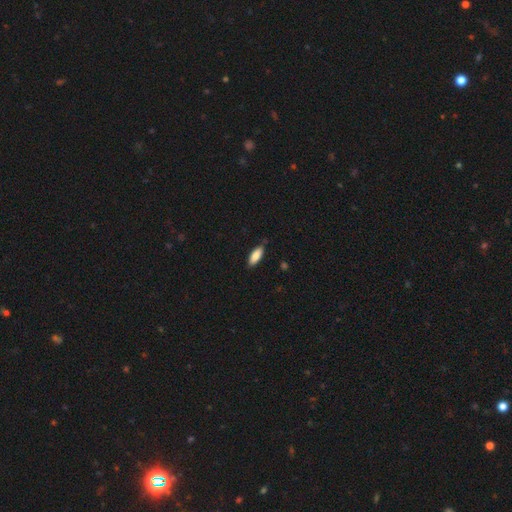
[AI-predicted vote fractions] This appears to be a smooth galaxy with no disk features (85%) that is in between round and cigar-shaped (72%). Merging: none (82%).